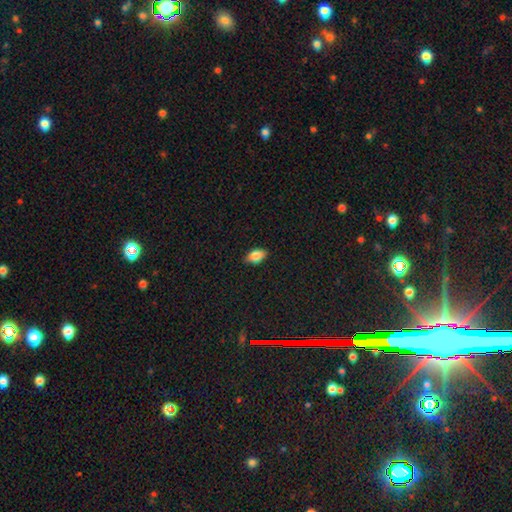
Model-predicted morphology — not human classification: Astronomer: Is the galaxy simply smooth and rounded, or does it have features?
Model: smooth — 83%.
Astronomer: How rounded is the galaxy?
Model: in between — 90%.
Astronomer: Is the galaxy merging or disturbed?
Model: none — 86%.